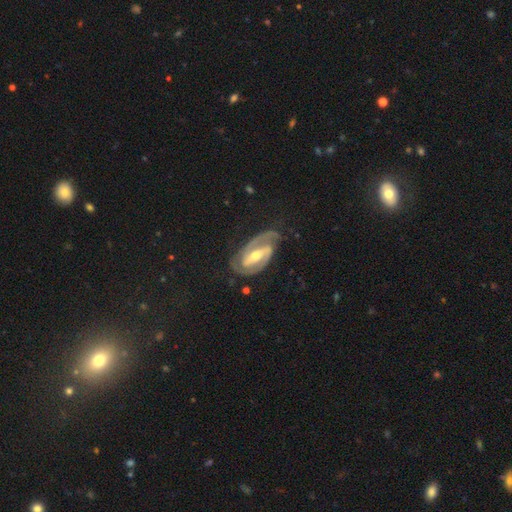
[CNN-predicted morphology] A featured or disk galaxy (91%) with a strong bar (56%), 2 (90%) tight (50%) spiral arms (97%) and a moderate central bulge (60%). Merging: none (73%).